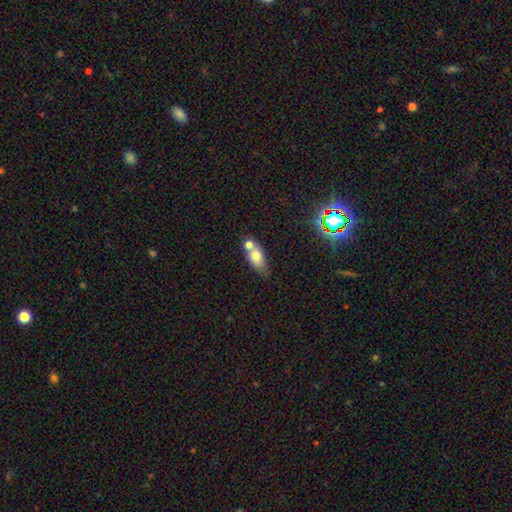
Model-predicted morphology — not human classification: smooth_or_featured: smooth (p=0.68) [alt: featured or disk p=0.21]
how_rounded: in between (p=0.75) [alt: cigar-shaped p=0.12]
merging: merger (p=0.45) [alt: none p=0.38]